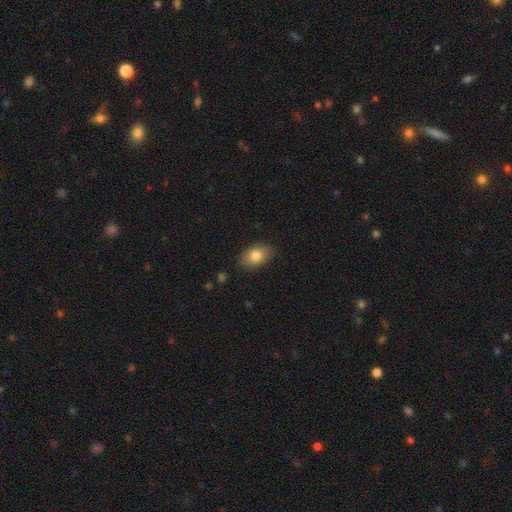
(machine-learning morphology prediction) Overall: smooth (82%). How rounded: in between (85%). Merging: none (85%).